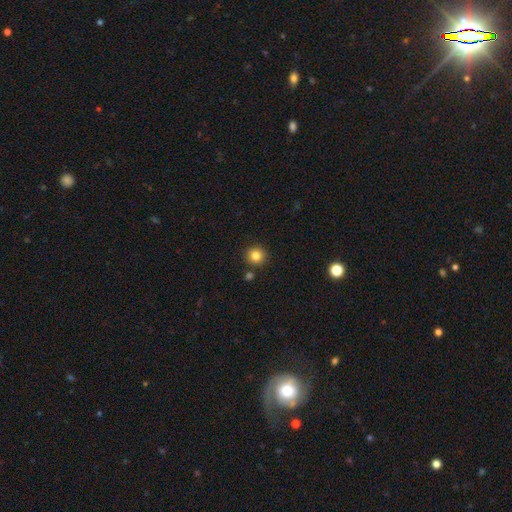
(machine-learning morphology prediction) Smooth or featured?
  - smooth: 83% *
  - star or artifact: 12%
  - featured or disk: 5%
How rounded?
  - round: 94% *
  - in between: 5%
  - cigar-shaped: 1%
Merging?
  - none: 87% *
  - minor disturbance: 6%
  - merger: 5%
  - major disturbance: 2%